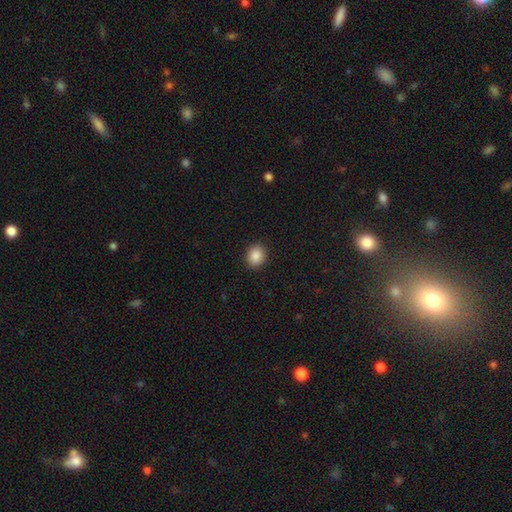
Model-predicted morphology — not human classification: Smooth or featured: smooth — 87% (star or artifact — 9%)
How rounded: round — 58% (in between — 41%)
Merging: none — 91% (minor disturbance — 6%)